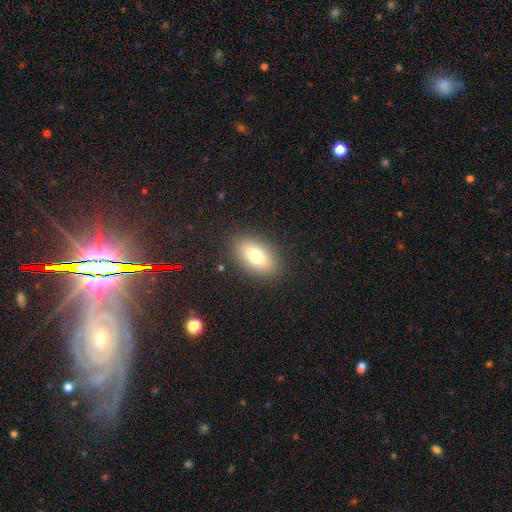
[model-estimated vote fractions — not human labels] Overall: smooth (77%). How rounded: in between (89%). Merging: none (87%).